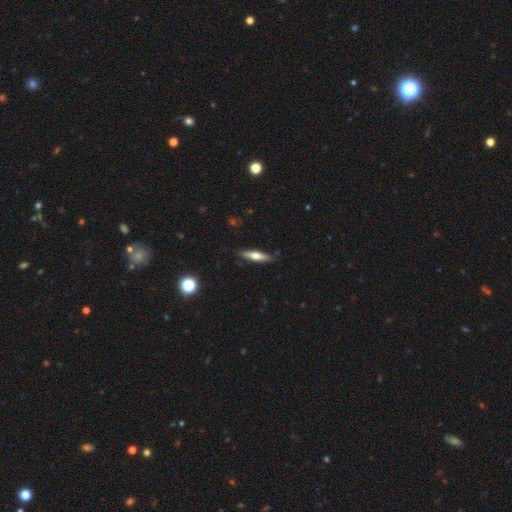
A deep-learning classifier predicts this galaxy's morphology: Q: Smooth or featured?
A: smooth (49%); runner-up: featured or disk (44%)
Q: Merging?
A: none (85%); runner-up: minor disturbance (12%)